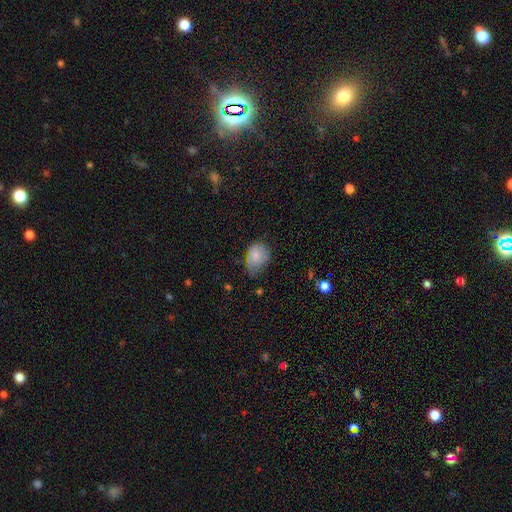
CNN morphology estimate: Q: Smooth or featured?
A: smooth (78%); runner-up: featured or disk (14%)
Q: How rounded?
A: in between (70%); runner-up: round (29%)
Q: Merging?
A: none (45%); runner-up: minor disturbance (41%)